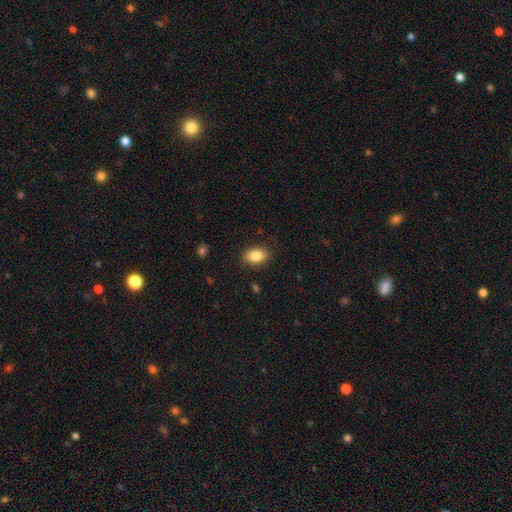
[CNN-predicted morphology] smooth-or-featured: smooth: 85% | star or artifact: 8% | featured or disk: 7%
  how-rounded: in between: 87% | round: 12% | cigar-shaped: 2%
  merging: none: 87% | minor disturbance: 9% | major disturbance: 2% | merger: 1%